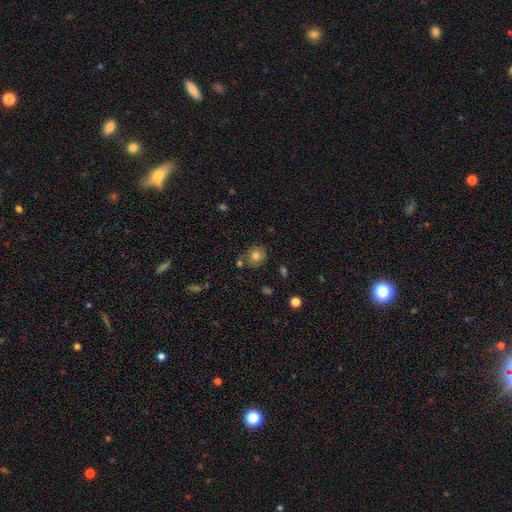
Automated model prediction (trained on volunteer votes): Overall: smooth (77%). How rounded: round (83%). Merging: none (77%).